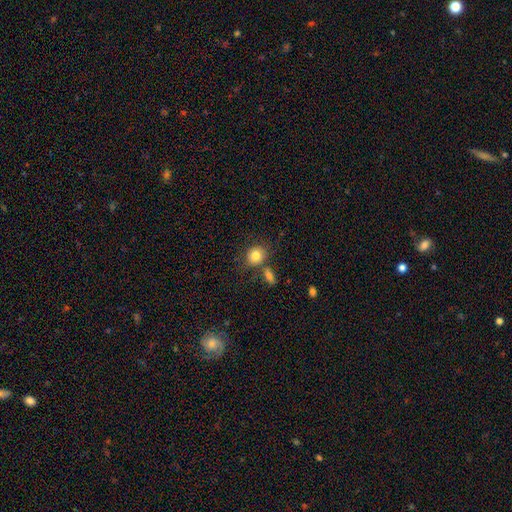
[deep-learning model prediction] Overall: smooth (81%). How rounded: round (71%). Merging: none (65%).